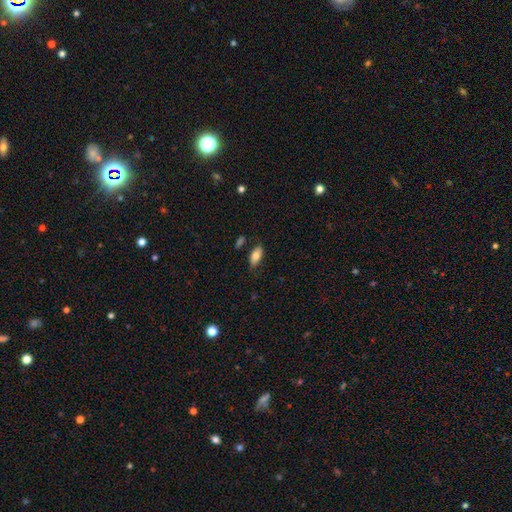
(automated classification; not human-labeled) A smooth galaxy with no disk features (77%) that is in between round and cigar-shaped (89%).

Vote fractions:
- Smooth or featured? smooth: 77% / featured or disk: 16% / star or artifact: 7%
- How rounded? in between: 89% / cigar-shaped: 8% / round: 3%
- Merging? none: 79% / minor disturbance: 15% / major disturbance: 3% / merger: 3%